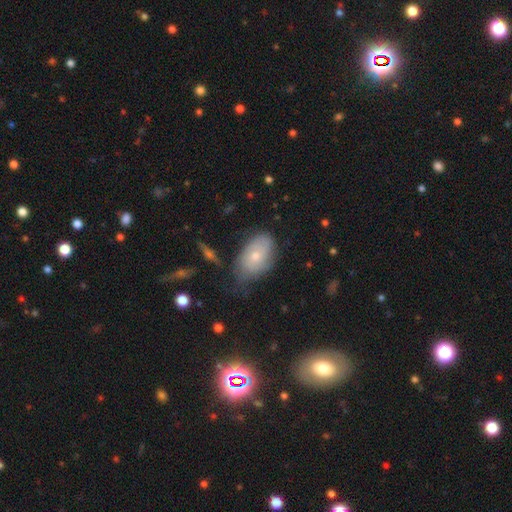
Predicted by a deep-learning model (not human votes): A smooth galaxy with no disk features (58%) that is in between round and cigar-shaped (89%).

Vote fractions:
- Smooth or featured? smooth: 58% / featured or disk: 34% / star or artifact: 8%
- How rounded? in between: 89% / round: 9% / cigar-shaped: 2%
- Merging? none: 57% / minor disturbance: 31% / major disturbance: 9% / merger: 3%